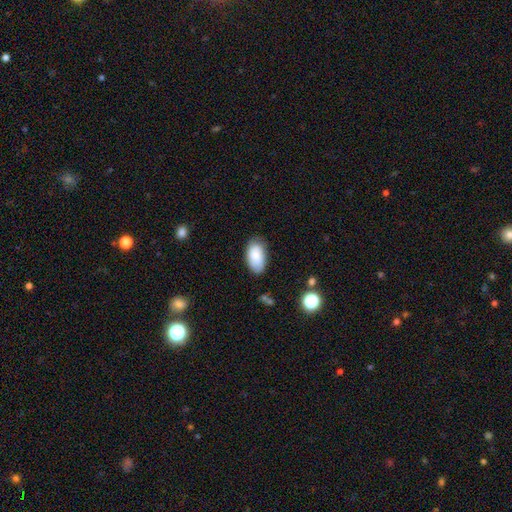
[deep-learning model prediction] smooth_or_featured: smooth (p=0.85) [alt: featured or disk p=0.08]
how_rounded: in between (p=0.95) [alt: round p=0.03]
merging: none (p=0.75) [alt: minor disturbance p=0.19]